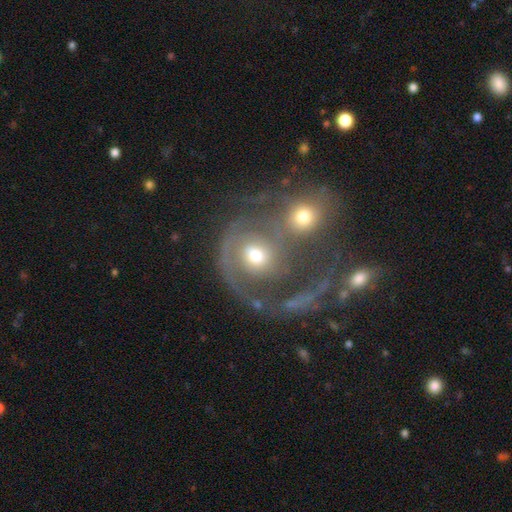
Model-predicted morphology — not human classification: featured or disk 65%, smooth 25%, star or artifact 10%. Down the decision tree: edge-on disk — no (97%); bar — no (70%); spiral arms — yes (81%); spiral arm count — 2 (42%); spiral winding — medium (38%); bulge size — moderate (63%); merging — merger (61%).